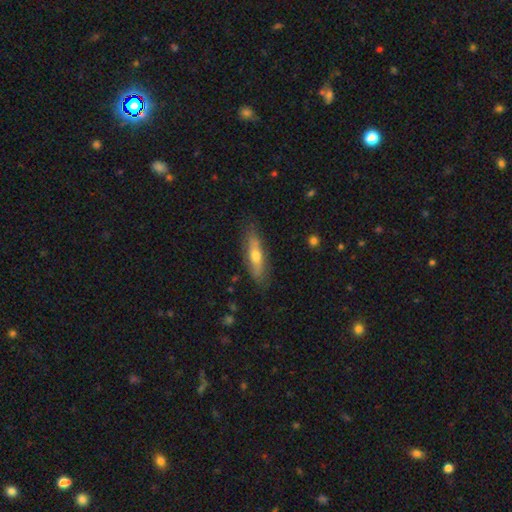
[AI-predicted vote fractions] smooth-or-featured: smooth: 54% | featured or disk: 40% | star or artifact: 6%
  how-rounded: cigar-shaped: 60% | in between: 38% | round: 3%
  merging: none: 77% | minor disturbance: 17% | major disturbance: 4% | merger: 2%